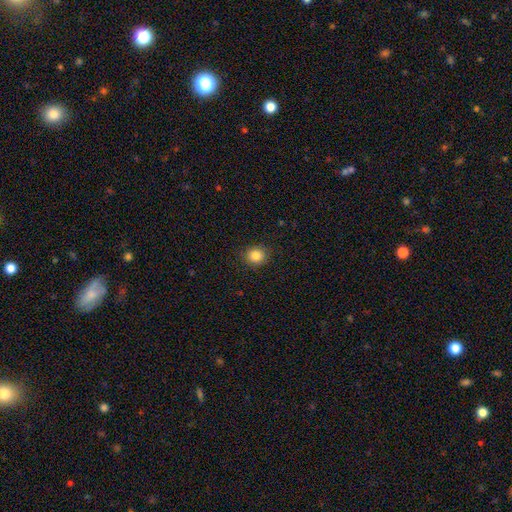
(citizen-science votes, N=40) This is likely a smooth galaxy (78%). How rounded: clearly round (81%). Merging: clearly none (92%).